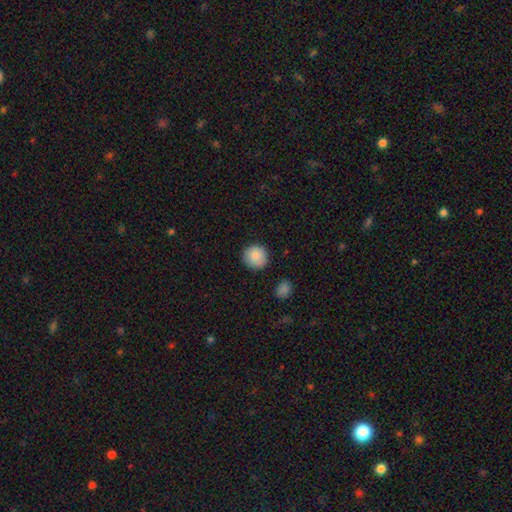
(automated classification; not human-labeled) Smooth or featured? smooth (87%)
How rounded? round (93%)
Merging? none (88%)